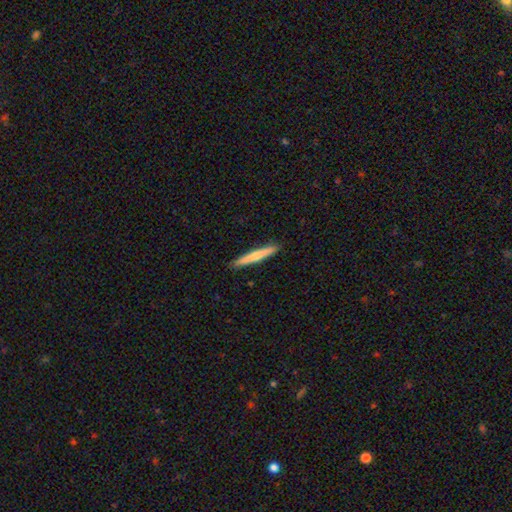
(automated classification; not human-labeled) This is possibly a smooth galaxy (58%). How rounded: clearly cigar-shaped (95%). Merging: clearly none (91%).